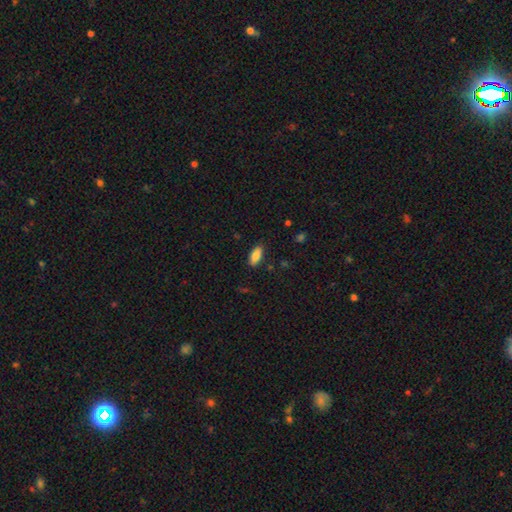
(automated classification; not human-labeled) smooth_or_featured: smooth (p=0.84) [alt: featured or disk p=0.09]
how_rounded: in between (p=0.85) [alt: cigar-shaped p=0.13]
merging: none (p=0.87) [alt: minor disturbance p=0.10]